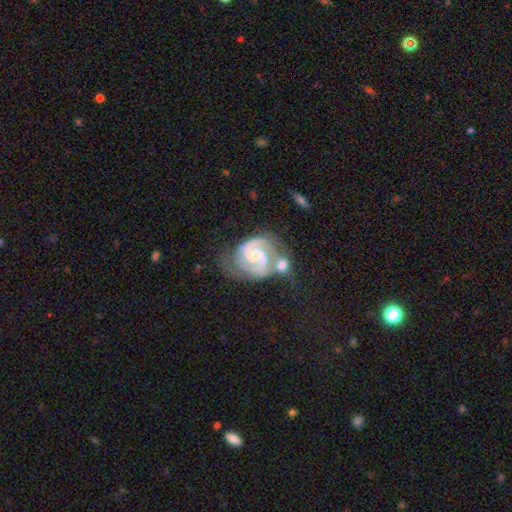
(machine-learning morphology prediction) Q: Smooth or featured?
A: featured or disk (92%); runner-up: star or artifact (4%)
Q: Edge-on disk?
A: no (98%); runner-up: yes (2%)
Q: Bar?
A: weak (43%); runner-up: no (42%)
Q: Spiral arms?
A: yes (99%); runner-up: no (1%)
Q: Spiral winding?
A: tight (60%); runner-up: medium (35%)
Q: Spiral arm count?
A: 2 (90%); runner-up: 3 (5%)
Q: Bulge size?
A: small (55%); runner-up: moderate (38%)
Q: Merging?
A: none (47%); runner-up: merger (28%)